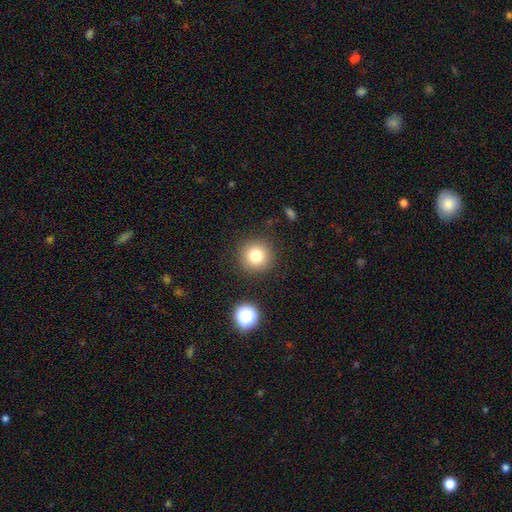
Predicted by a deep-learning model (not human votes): The model was most divided on "smooth or featured": smooth: 79%, star or artifact: 12%, featured or disk: 8%. More confident: how rounded — round (95%); merging — none (89%).